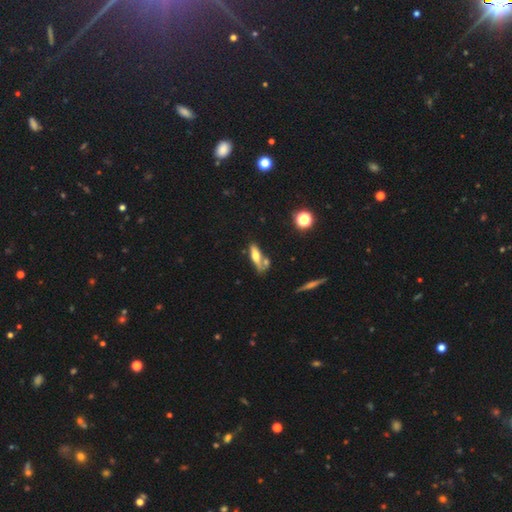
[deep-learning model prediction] A smooth galaxy with no disk features (52%) that is in between round and cigar-shaped (50%).

Vote fractions:
- Smooth or featured? smooth: 52% / featured or disk: 39% / star or artifact: 9%
- How rounded? in between: 50% / cigar-shaped: 47% / round: 4%
- Merging? none: 46% / merger: 28% / minor disturbance: 17% / major disturbance: 8%